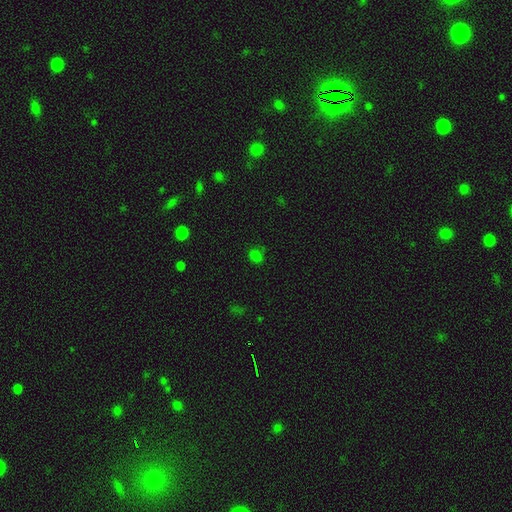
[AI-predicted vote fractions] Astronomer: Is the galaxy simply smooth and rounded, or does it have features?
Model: smooth — 75%.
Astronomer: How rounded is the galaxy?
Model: round — 62% (runner-up: in between, 37%).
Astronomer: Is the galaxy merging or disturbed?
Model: none — 82%.